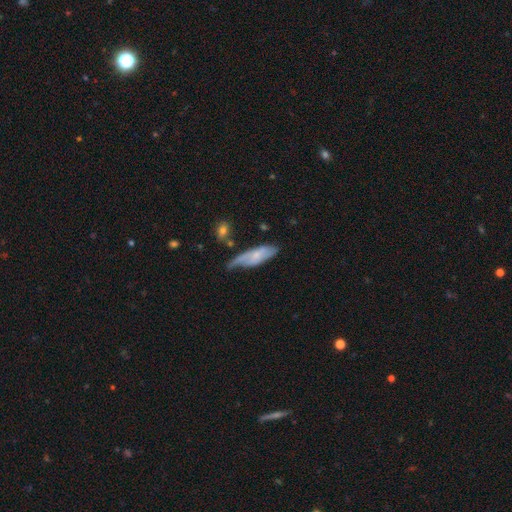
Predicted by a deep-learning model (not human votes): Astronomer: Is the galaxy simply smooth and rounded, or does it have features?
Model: smooth — 50% (runner-up: featured or disk, 44%).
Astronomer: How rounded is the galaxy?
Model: in between — 59% (runner-up: cigar-shaped, 39%).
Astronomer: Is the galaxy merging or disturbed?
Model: none — 41% (runner-up: minor disturbance, 38%).